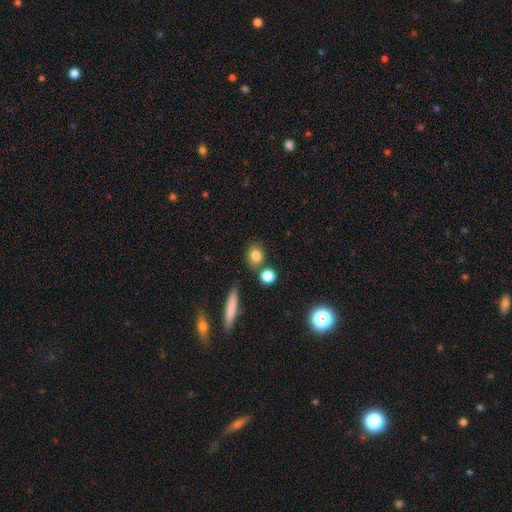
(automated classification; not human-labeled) The model was most divided on "how rounded": round: 67%, in between: 29%, cigar-shaped: 3%. More confident: smooth or featured — smooth (82%); merging — none (73%).